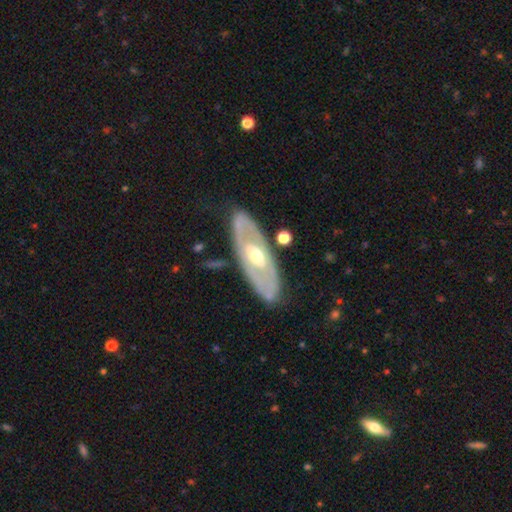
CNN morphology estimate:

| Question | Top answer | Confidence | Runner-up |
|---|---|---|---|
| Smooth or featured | featured or disk | 72% | smooth (24%) |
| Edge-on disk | no | 80% | yes (20%) |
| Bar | no | 58% | weak (29%) |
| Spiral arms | no | 68% | yes (32%) |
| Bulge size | moderate | 73% | small (17%) |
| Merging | none | 82% | minor disturbance (13%) |